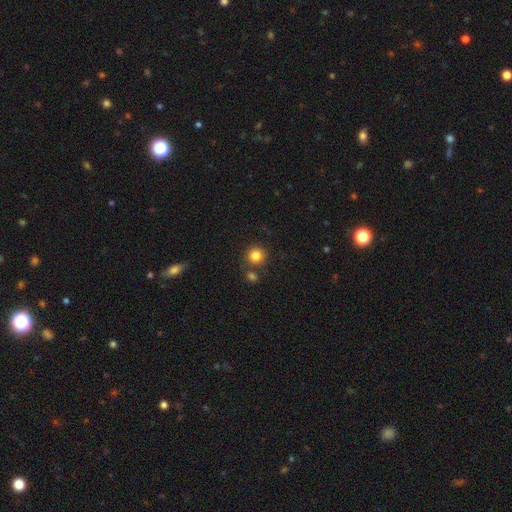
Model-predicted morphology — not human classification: This appears to be a smooth galaxy with no disk features (83%) that is round (92%). Merging: none (79%).